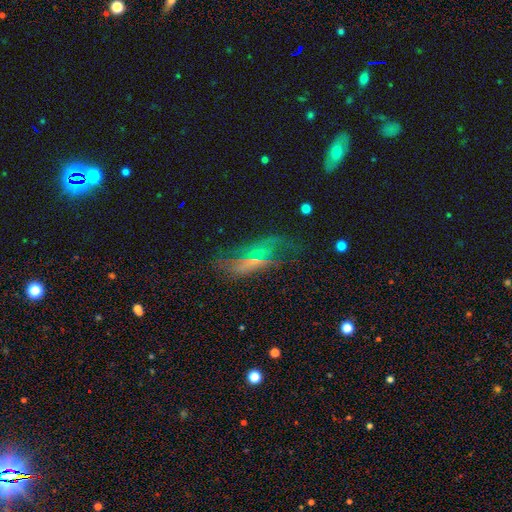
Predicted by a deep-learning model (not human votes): This is possibly a featured or disk galaxy (53%). It is likely not viewed edge-on (78%). Merging: marginally none (39%).